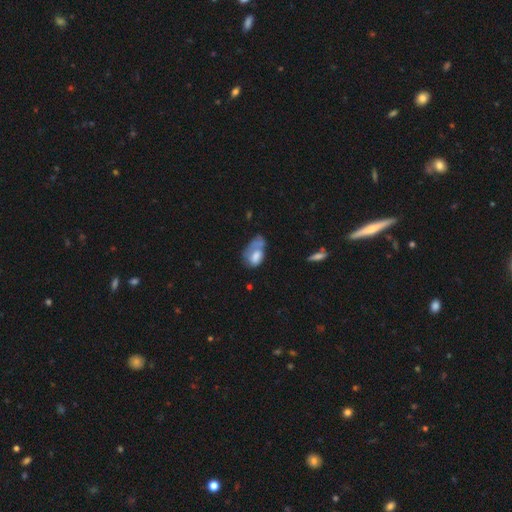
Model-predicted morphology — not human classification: A smooth galaxy with no disk features (56%) that is in between round and cigar-shaped (87%).

Vote fractions:
- Smooth or featured? smooth: 56% / featured or disk: 35% / star or artifact: 9%
- How rounded? in between: 87% / round: 11% / cigar-shaped: 3%
- Merging? major disturbance: 37% / none: 26% / minor disturbance: 25% / merger: 12%